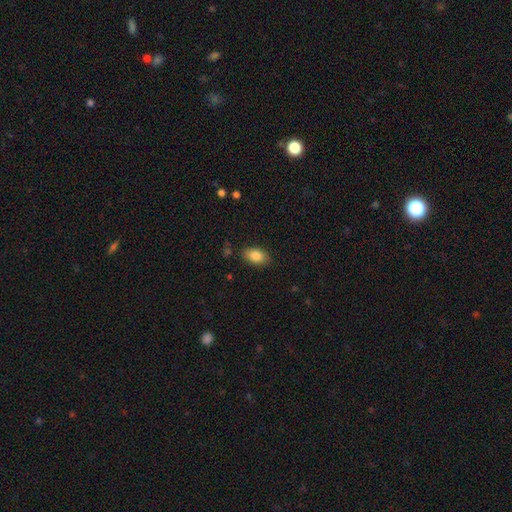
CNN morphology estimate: smooth-or-featured: smooth: 84% | featured or disk: 8% | star or artifact: 8%
  how-rounded: in between: 89% | round: 9% | cigar-shaped: 2%
  merging: none: 84% | minor disturbance: 12% | major disturbance: 3% | merger: 2%